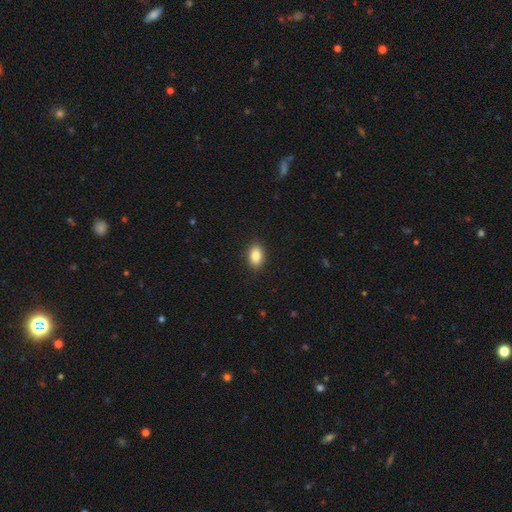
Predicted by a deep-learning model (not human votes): Smooth or featured: smooth — 87% (star or artifact — 8%)
How rounded: in between — 87% (round — 12%)
Merging: none — 89% (minor disturbance — 8%)